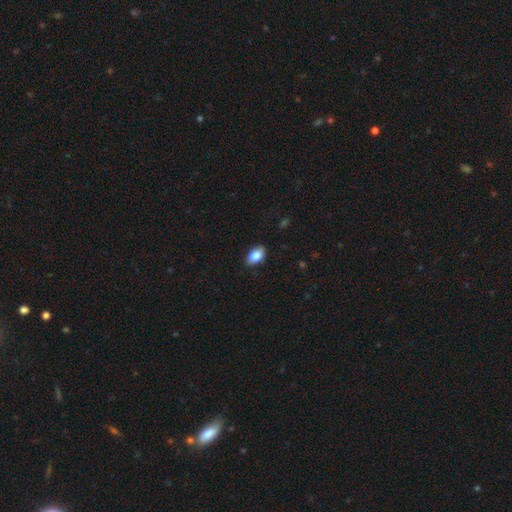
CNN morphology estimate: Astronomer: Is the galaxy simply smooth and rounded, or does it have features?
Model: smooth — 84%.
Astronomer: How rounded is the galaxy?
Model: in between — 90%.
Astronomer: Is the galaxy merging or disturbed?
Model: none — 86%.